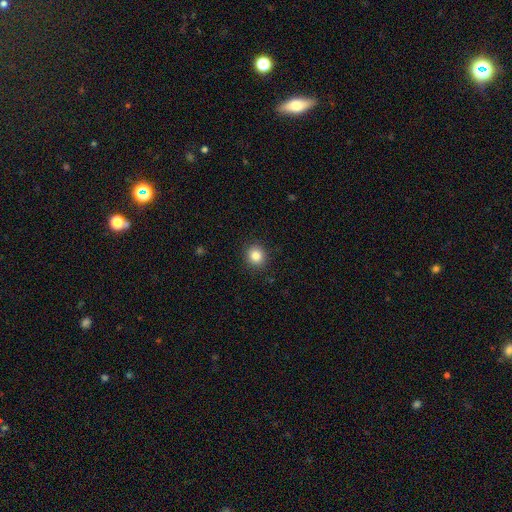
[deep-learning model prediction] Smooth or featured: smooth — 84% (star or artifact — 11%)
How rounded: round — 88% (in between — 11%)
Merging: none — 90% (minor disturbance — 6%)